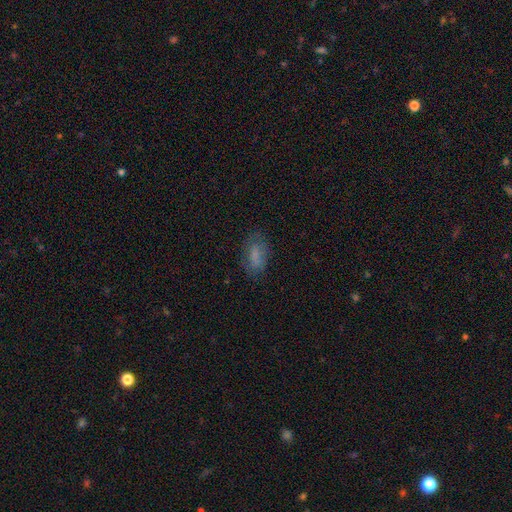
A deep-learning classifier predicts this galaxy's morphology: Smooth or featured: smooth — 72% (featured or disk — 18%)
How rounded: in between — 88% (cigar-shaped — 7%)
Merging: none — 72% (minor disturbance — 19%)